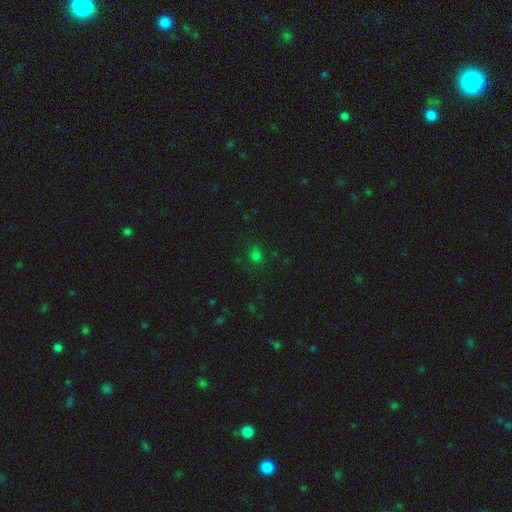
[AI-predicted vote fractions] This is likely a smooth galaxy (70%). How rounded: possibly round (59%). Merging: likely none (76%).